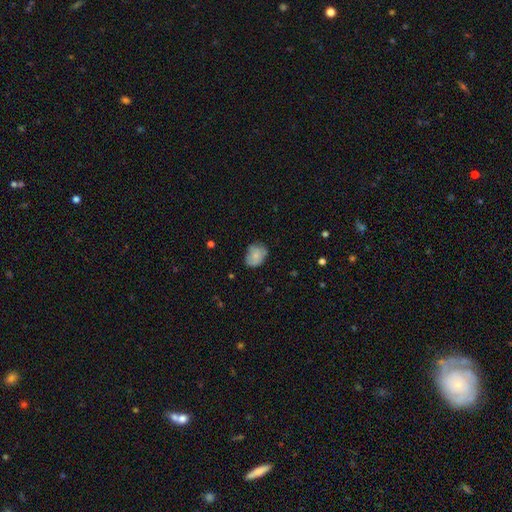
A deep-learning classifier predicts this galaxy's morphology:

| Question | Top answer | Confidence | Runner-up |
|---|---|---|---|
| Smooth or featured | smooth | 72% | featured or disk (19%) |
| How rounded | in between | 60% | round (39%) |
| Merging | none | 60% | minor disturbance (30%) |